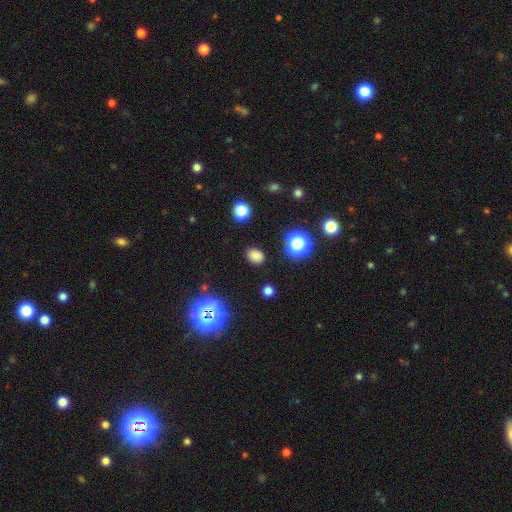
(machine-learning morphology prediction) A smooth galaxy with no disk features (78%) that is in between round and cigar-shaped (64%). Merging: none (87%).